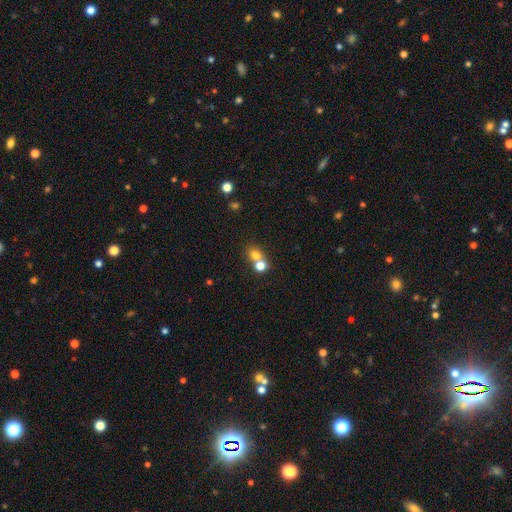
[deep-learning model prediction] smooth_or_featured: smooth (p=0.73) [alt: star or artifact p=0.14]
how_rounded: round (p=0.71) [alt: in between p=0.27]
merging: merger (p=0.54) [alt: none p=0.37]